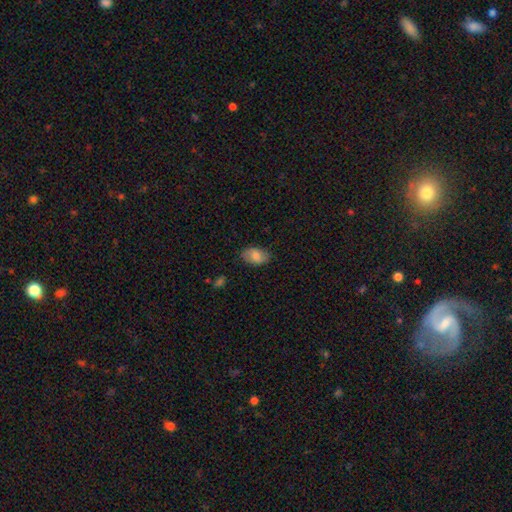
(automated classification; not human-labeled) A smooth galaxy with no disk features (75%) that is in between round and cigar-shaped (91%). Merging: none (80%).